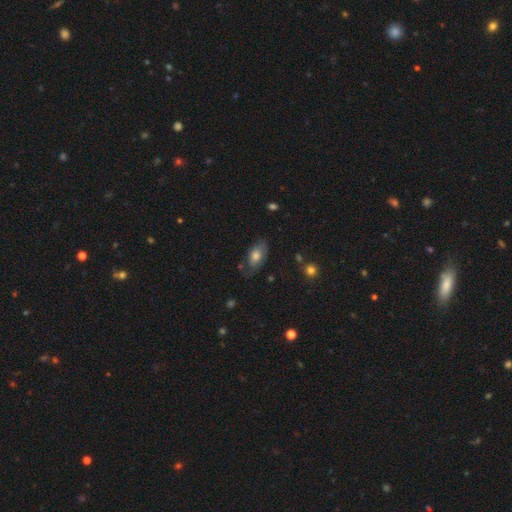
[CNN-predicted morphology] Smooth or featured: smooth — 69% (featured or disk — 23%)
How rounded: in between — 91% (round — 6%)
Merging: none — 63% (minor disturbance — 26%)